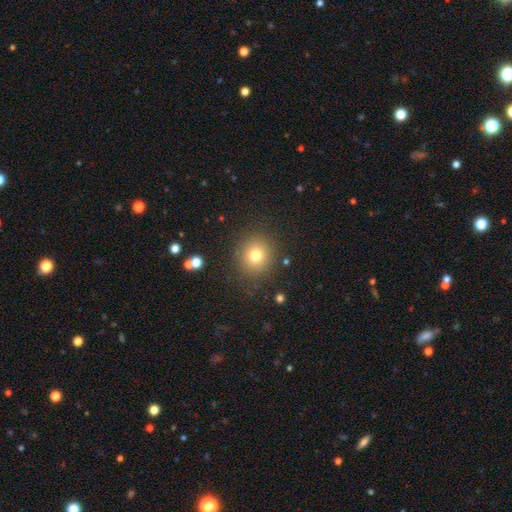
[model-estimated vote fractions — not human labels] This appears to be a smooth galaxy with no disk features (76%) that is round (88%). Merging: none (86%).